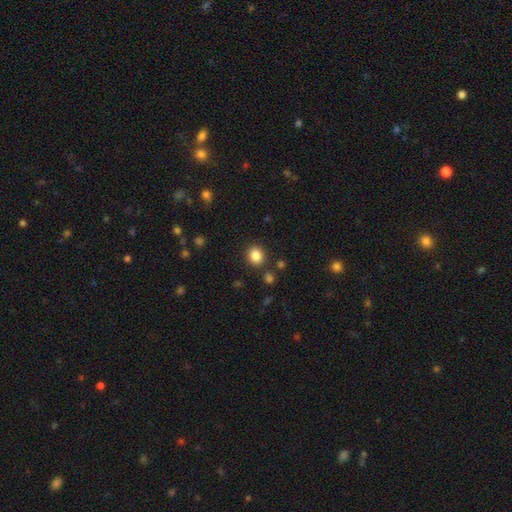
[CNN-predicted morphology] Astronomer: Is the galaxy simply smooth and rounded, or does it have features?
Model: smooth — 85%.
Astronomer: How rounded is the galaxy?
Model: round — 73%.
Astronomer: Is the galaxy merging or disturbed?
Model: none — 86%.